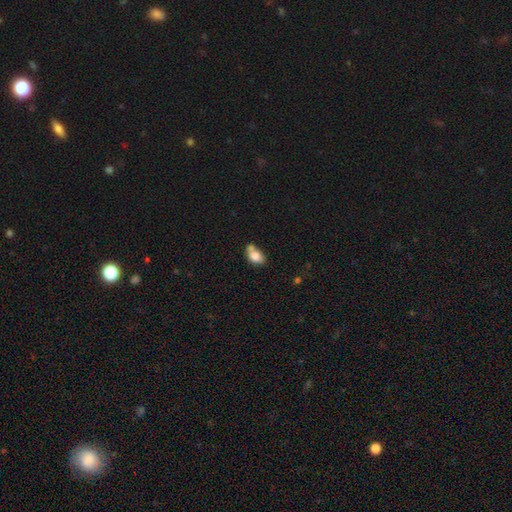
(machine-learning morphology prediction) smooth-or-featured: smooth: 77% | featured or disk: 14% | star or artifact: 9%
  how-rounded: in between: 82% | round: 15% | cigar-shaped: 2%
  merging: none: 39% | merger: 32% | minor disturbance: 21% | major disturbance: 7%